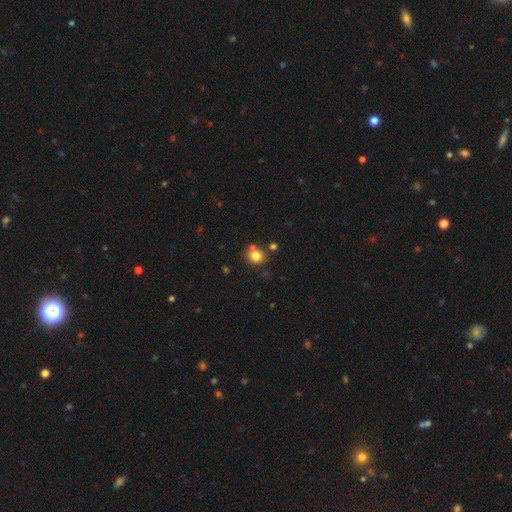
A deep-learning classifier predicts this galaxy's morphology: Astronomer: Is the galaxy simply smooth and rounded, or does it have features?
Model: smooth — 80%.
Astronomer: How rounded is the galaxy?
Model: round — 83%.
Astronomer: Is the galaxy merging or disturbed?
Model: none — 70%.